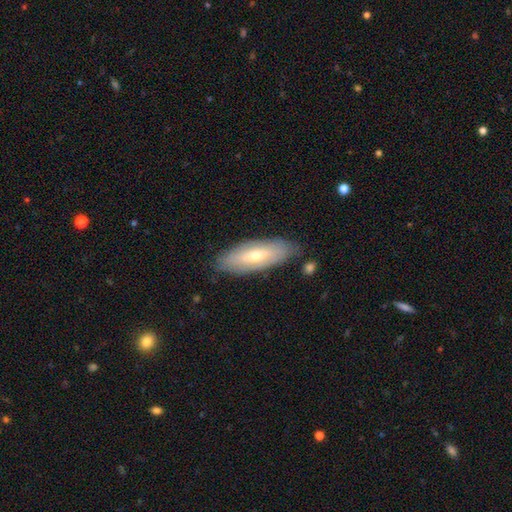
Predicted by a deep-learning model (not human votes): A smooth galaxy with no disk features (48%). Merging: none (81%).